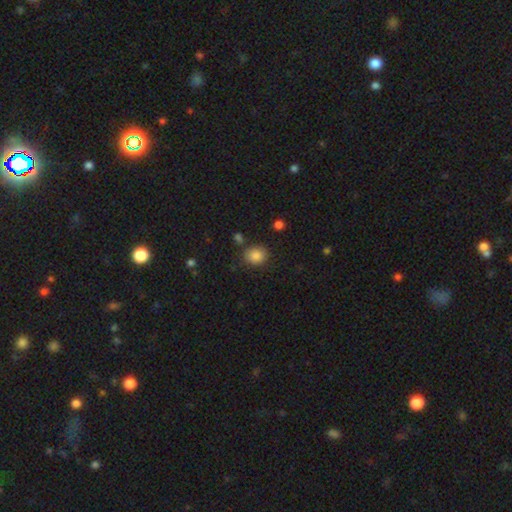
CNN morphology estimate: type=smooth (85%); roundness=round (65%); merging=none (80%).